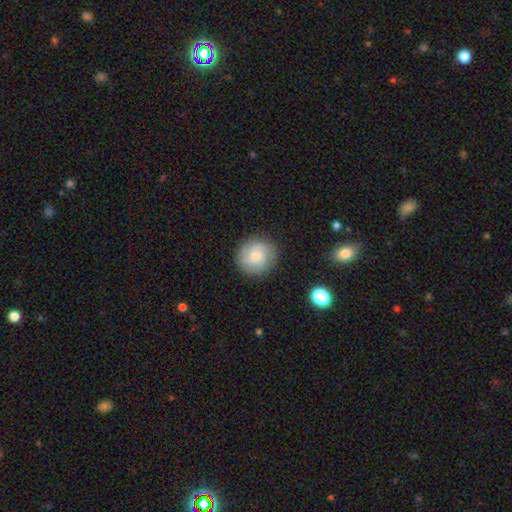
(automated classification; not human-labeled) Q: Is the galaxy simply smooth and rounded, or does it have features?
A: smooth — 64%.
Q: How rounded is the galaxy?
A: round — 91%.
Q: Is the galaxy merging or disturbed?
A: none — 87%.